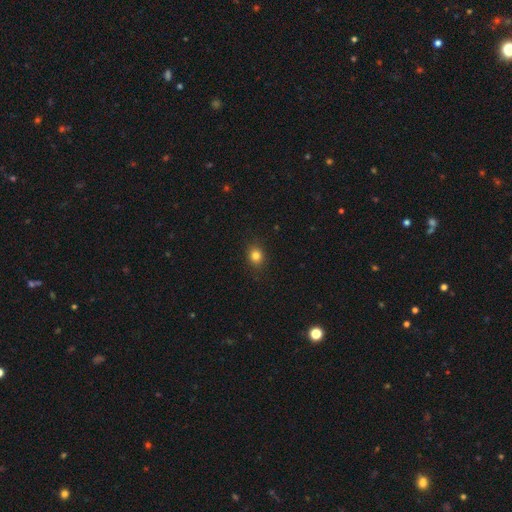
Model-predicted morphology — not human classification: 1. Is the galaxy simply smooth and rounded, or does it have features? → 82% smooth, 12% star or artifact, 5% featured or disk.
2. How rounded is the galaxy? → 68% round, 31% in between, 1% cigar-shaped.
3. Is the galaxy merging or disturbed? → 89% none, 8% minor disturbance, 2% major disturbance, 1% merger.